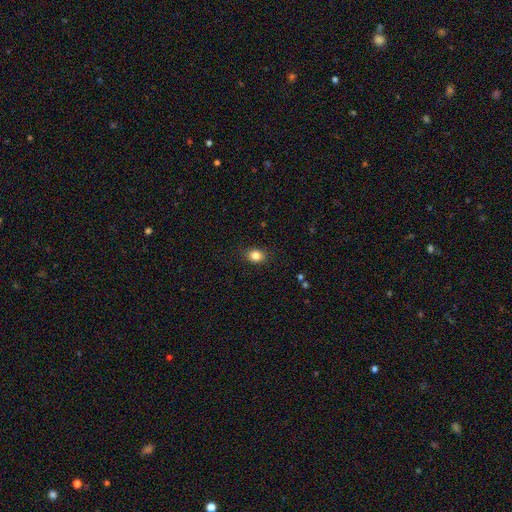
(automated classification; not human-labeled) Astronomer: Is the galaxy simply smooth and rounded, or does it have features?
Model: smooth — 84%.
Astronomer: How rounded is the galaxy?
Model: in between — 55% (runner-up: round, 44%).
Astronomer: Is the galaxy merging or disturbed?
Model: none — 86%.